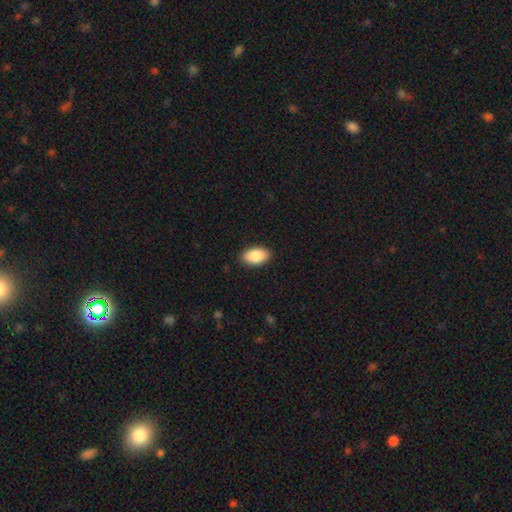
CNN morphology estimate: smooth 87%, star or artifact 6%, featured or disk 6%. Down the decision tree: how rounded — in between (94%); merging — none (89%).